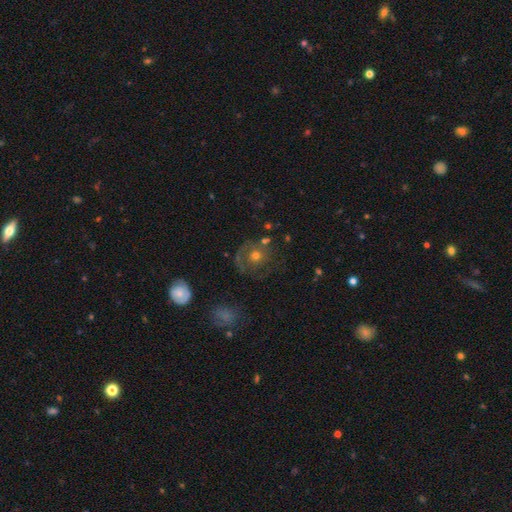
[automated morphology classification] This is possibly a featured or disk galaxy (48%). Merging: possibly none (59%).